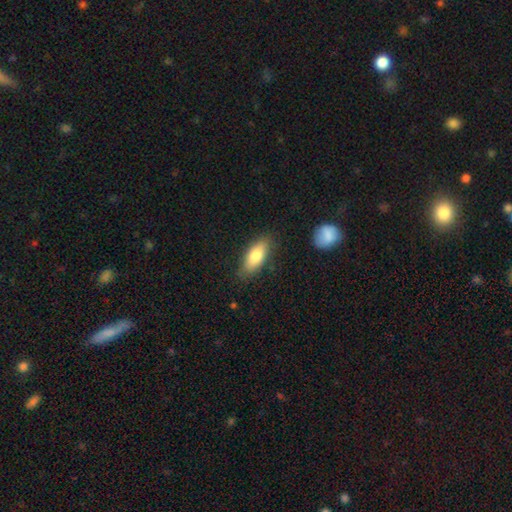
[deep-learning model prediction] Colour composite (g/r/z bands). It shows a smooth galaxy with no disk features (80%) that is in between round and cigar-shaped (81%). Merging: none (81%).